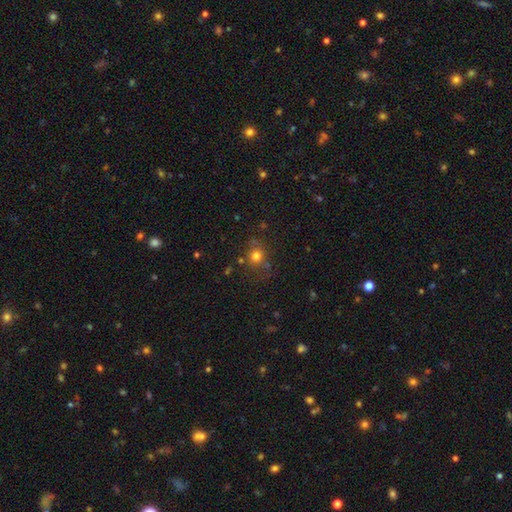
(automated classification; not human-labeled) Q: Smooth or featured?
A: smooth (74%); runner-up: star or artifact (16%)
Q: How rounded?
A: round (85%); runner-up: in between (14%)
Q: Merging?
A: none (72%); runner-up: minor disturbance (15%)